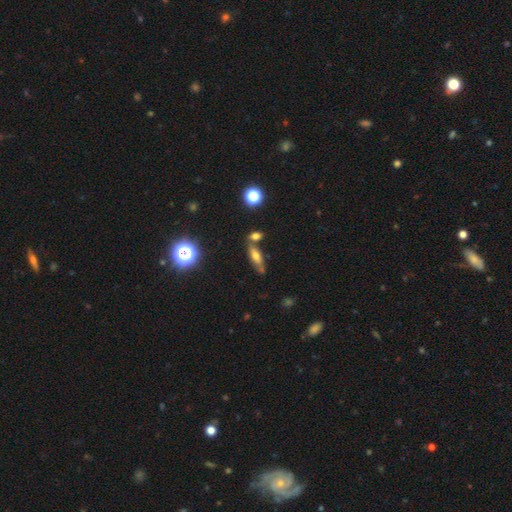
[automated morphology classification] Smooth or featured: smooth — 50% (featured or disk — 37%)
Merging: none — 64% (merger — 19%)